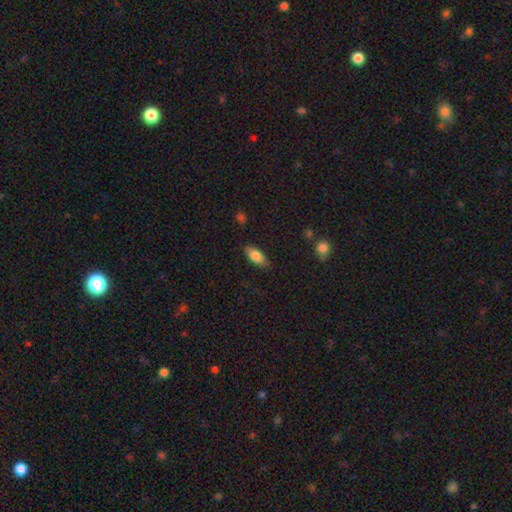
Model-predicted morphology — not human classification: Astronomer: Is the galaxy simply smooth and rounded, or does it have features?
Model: smooth — 80%.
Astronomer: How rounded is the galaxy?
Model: in between — 84%.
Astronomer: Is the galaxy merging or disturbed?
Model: none — 84%.